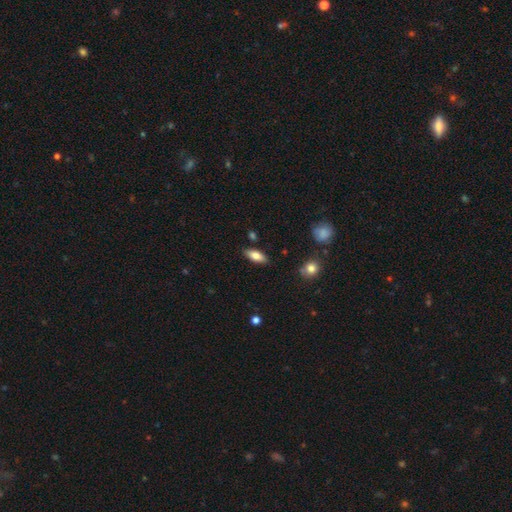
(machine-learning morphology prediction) Smooth or featured?
  - smooth: 79% *
  - featured or disk: 14%
  - star or artifact: 7%
How rounded?
  - in between: 82% *
  - cigar-shaped: 15%
  - round: 2%
Merging?
  - none: 85% *
  - minor disturbance: 11%
  - major disturbance: 2%
  - merger: 2%